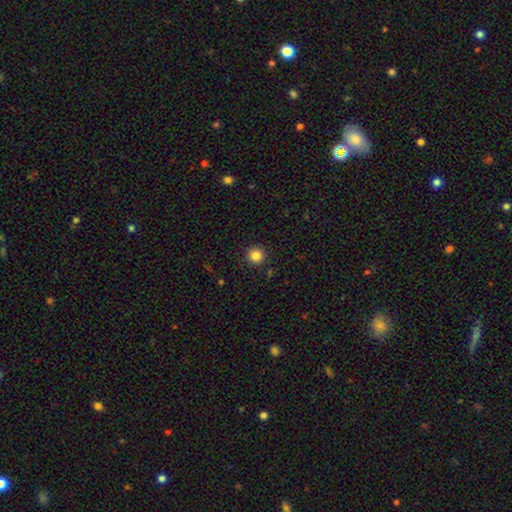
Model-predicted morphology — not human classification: This appears to be a smooth galaxy with no disk features (85%) that is round (94%). Merging: none (91%).